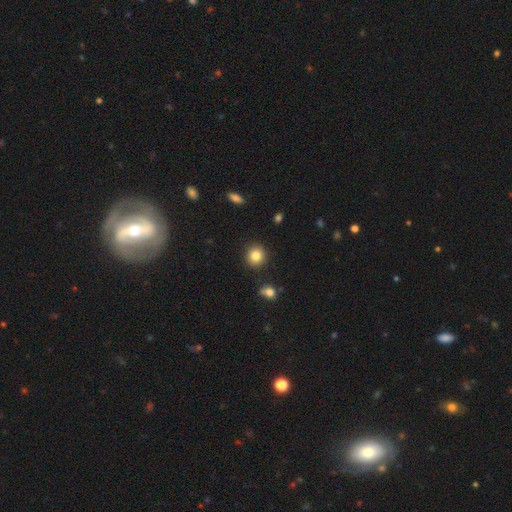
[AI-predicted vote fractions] Smooth or featured: smooth — 84% (star or artifact — 10%)
How rounded: round — 89% (in between — 10%)
Merging: none — 89% (minor disturbance — 7%)